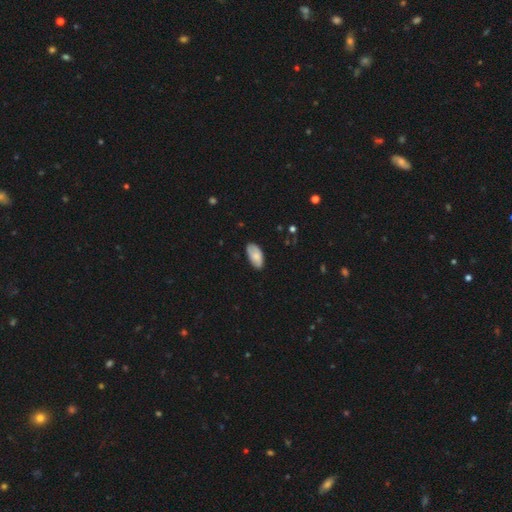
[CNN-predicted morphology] smooth_or_featured: smooth (p=0.78) [alt: featured or disk p=0.15]
how_rounded: in between (p=0.95) [alt: cigar-shaped p=0.03]
merging: none (p=0.77) [alt: minor disturbance p=0.19]